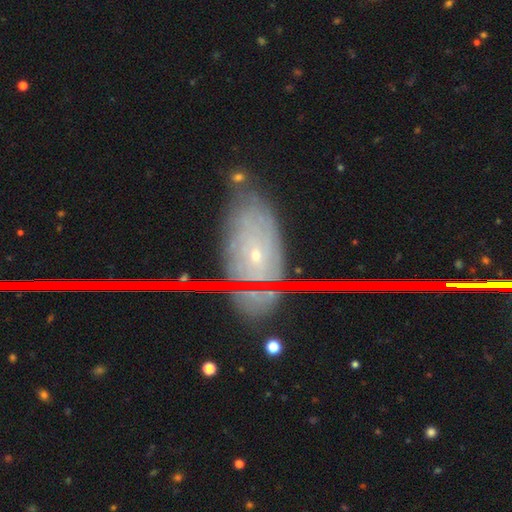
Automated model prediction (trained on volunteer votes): smooth_or_featured: featured or disk (p=0.48) [alt: star or artifact p=0.29]
merging: none (p=0.64) [alt: minor disturbance p=0.21]